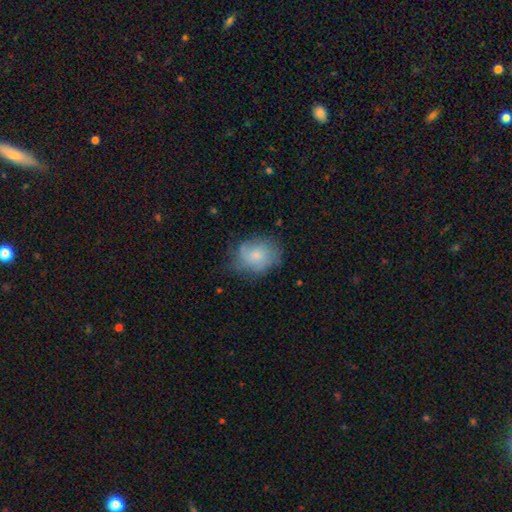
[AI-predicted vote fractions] Smooth or featured: smooth — 59% (featured or disk — 33%)
How rounded: in between — 52% (round — 47%)
Merging: none — 59% (minor disturbance — 28%)